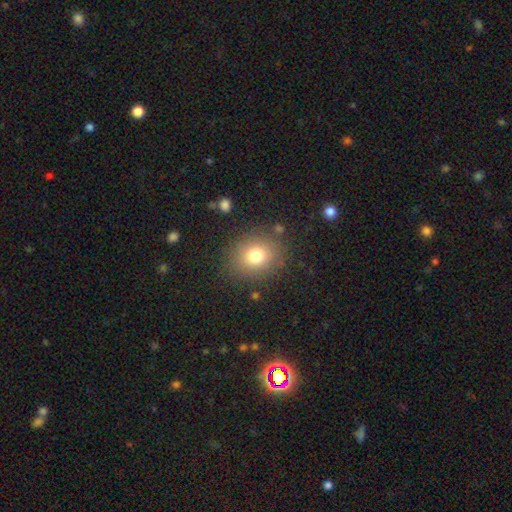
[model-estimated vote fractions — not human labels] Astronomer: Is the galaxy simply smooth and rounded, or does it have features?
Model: smooth — 77%.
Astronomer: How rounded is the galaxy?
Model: round — 71%.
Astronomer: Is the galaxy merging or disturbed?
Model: none — 85%.